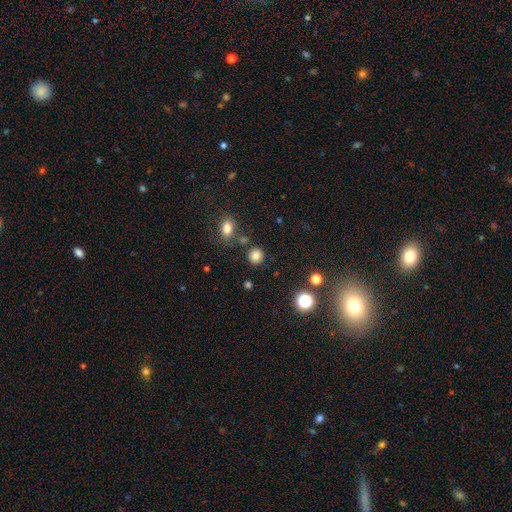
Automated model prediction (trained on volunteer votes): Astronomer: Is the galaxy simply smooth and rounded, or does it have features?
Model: smooth — 82%.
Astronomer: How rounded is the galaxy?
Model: round — 88%.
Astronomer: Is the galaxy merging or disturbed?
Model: none — 83%.